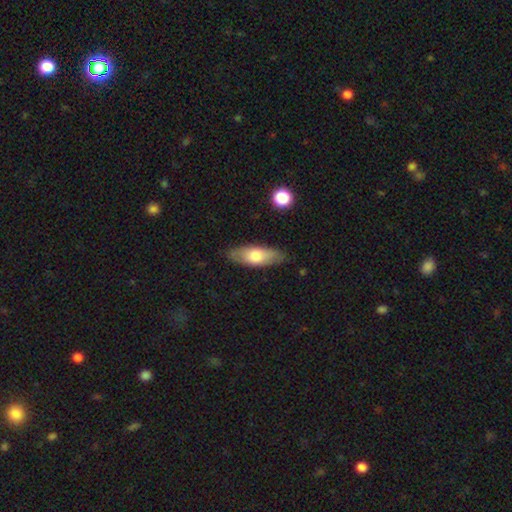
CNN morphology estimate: The model was most divided on "smooth or featured": smooth: 66%, featured or disk: 28%, star or artifact: 6%. More confident: merging — none (82%); how rounded — in between (72%).